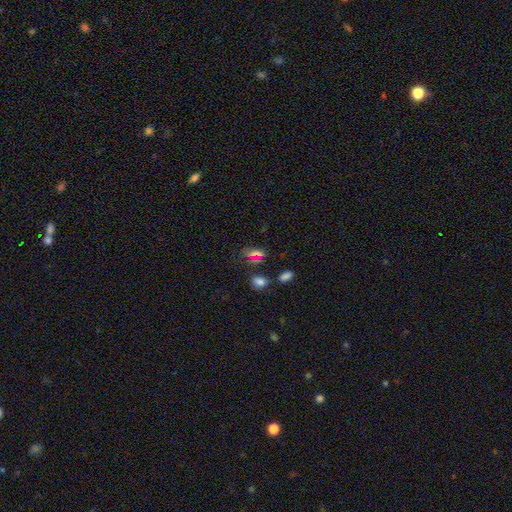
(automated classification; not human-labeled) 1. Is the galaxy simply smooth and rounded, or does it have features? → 56% smooth, 33% star or artifact, 11% featured or disk.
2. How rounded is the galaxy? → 67% in between, 25% round, 8% cigar-shaped.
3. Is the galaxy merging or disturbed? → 63% none, 17% minor disturbance, 11% merger, 9% major disturbance.